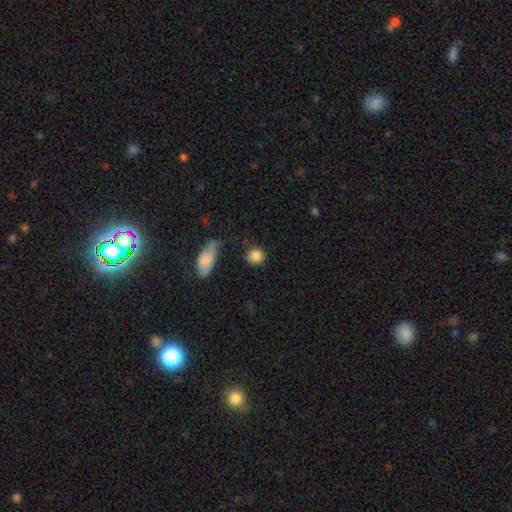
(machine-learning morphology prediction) This is clearly a smooth galaxy (86%). How rounded: clearly round (85%). Merging: likely none (76%).